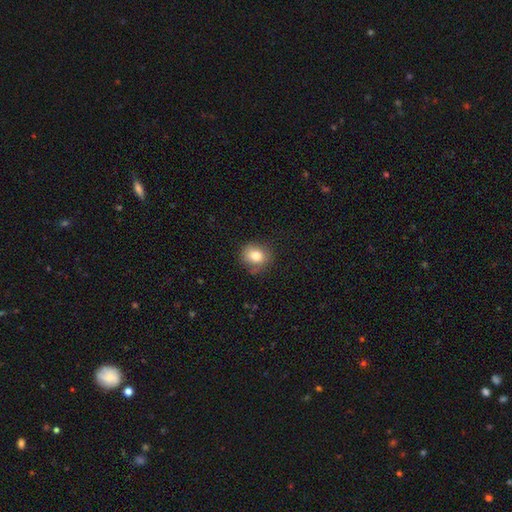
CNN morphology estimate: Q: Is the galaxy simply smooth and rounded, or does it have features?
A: smooth — 82%.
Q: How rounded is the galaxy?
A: round — 69%.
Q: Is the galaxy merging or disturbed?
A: none — 76%.